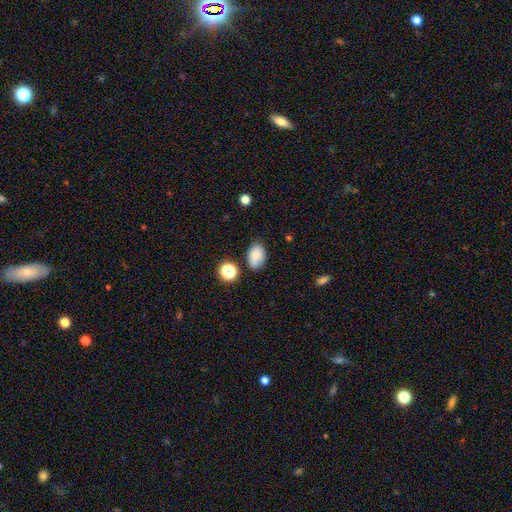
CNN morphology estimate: Smooth or featured?
  - smooth: 80% *
  - star or artifact: 11%
  - featured or disk: 9%
How rounded?
  - in between: 87% *
  - round: 12%
  - cigar-shaped: 1%
Merging?
  - none: 76% *
  - minor disturbance: 17%
  - merger: 4%
  - major disturbance: 4%